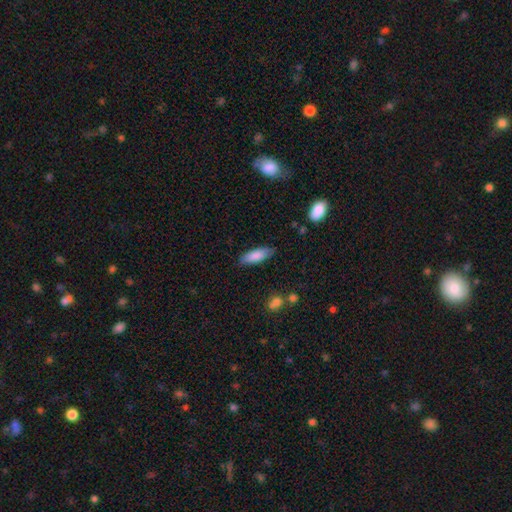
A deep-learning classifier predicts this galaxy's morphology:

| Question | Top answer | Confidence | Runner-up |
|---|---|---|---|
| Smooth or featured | smooth | 84% | featured or disk (10%) |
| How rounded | in between | 60% | cigar-shaped (38%) |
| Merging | none | 84% | minor disturbance (12%) |